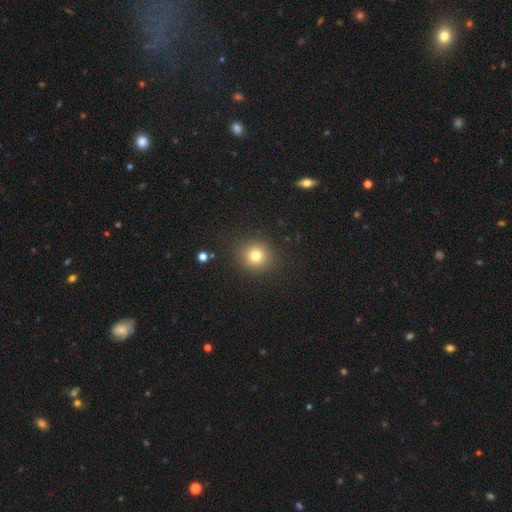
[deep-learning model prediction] A smooth galaxy with no disk features (78%) that is round (89%).

Vote fractions:
- Smooth or featured? smooth: 78% / star or artifact: 13% / featured or disk: 9%
- How rounded? round: 89% / in between: 10% / cigar-shaped: 1%
- Merging? none: 89% / minor disturbance: 7% / major disturbance: 3% / merger: 1%